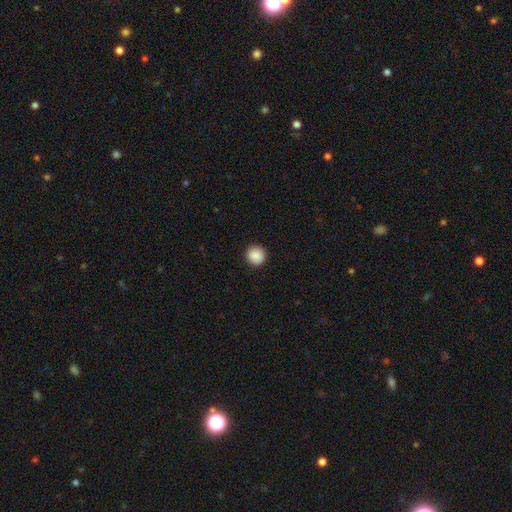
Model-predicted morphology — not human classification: A smooth galaxy with no disk features (89%) that is round (94%).

Vote fractions:
- Smooth or featured? smooth: 89% / star or artifact: 8% / featured or disk: 3%
- How rounded? round: 94% / in between: 5% / cigar-shaped: 1%
- Merging? none: 92% / minor disturbance: 5% / major disturbance: 2% / merger: 1%